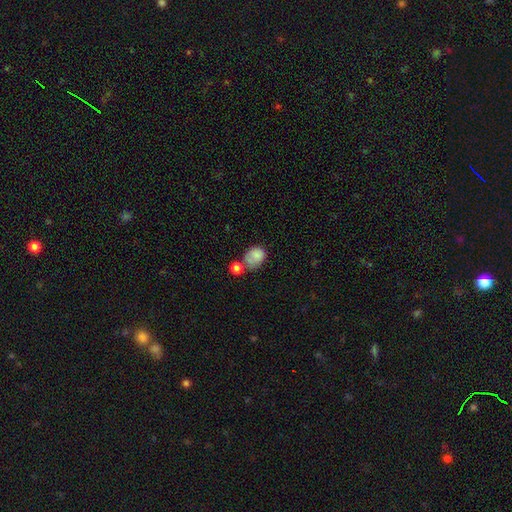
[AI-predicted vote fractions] A smooth galaxy with no disk features (81%) that is in between round and cigar-shaped (57%).

Vote fractions:
- Smooth or featured? smooth: 81% / featured or disk: 10% / star or artifact: 9%
- How rounded? in between: 57% / round: 42% / cigar-shaped: 1%
- Merging? none: 39% / merger: 27% / minor disturbance: 23% / major disturbance: 11%